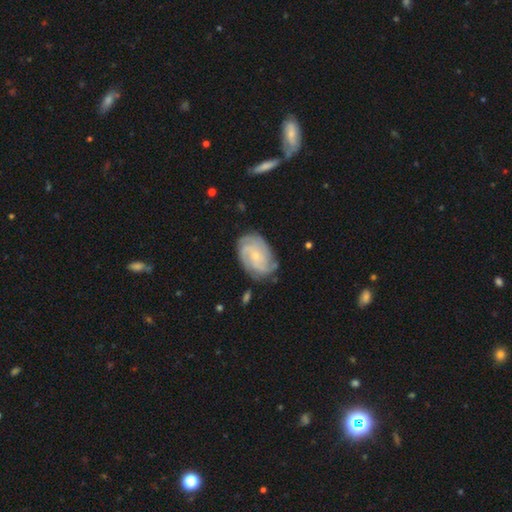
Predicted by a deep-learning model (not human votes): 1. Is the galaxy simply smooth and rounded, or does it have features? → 80% featured or disk, 14% smooth, 6% star or artifact.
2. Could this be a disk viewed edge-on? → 97% no, 3% yes.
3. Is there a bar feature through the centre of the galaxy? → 71% no, 25% weak, 4% strong.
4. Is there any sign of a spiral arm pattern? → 96% yes, 4% no.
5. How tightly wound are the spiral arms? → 60% tight, 32% medium, 8% loose.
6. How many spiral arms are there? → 27% 4, 25% can't tell, 25% 3, 12% 2, 6% more than 4, 5% 1.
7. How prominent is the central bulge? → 78% small, 17% moderate, 3% none, 1% large, 1% dominant.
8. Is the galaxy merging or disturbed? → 76% none, 17% minor disturbance, 5% major disturbance, 2% merger.